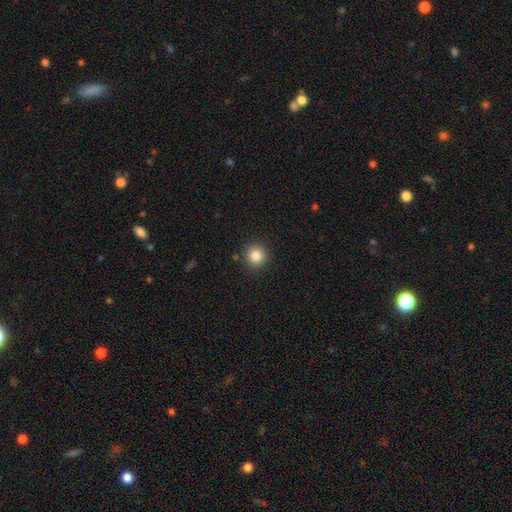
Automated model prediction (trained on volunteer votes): A smooth galaxy with no disk features (84%) that is round (94%). Merging: none (90%).